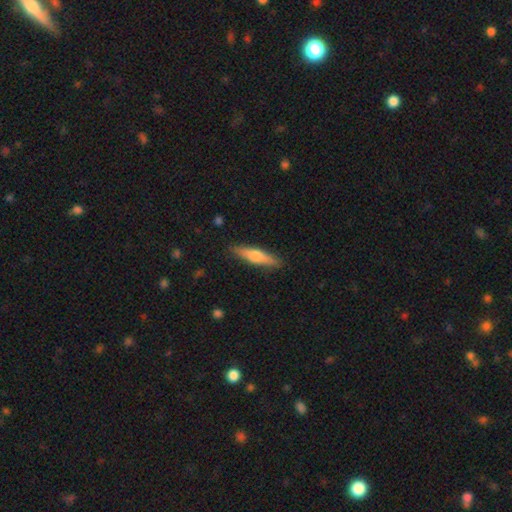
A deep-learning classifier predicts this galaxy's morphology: This is possibly a smooth galaxy (52%). How rounded: clearly cigar-shaped (81%). Merging: clearly none (89%).